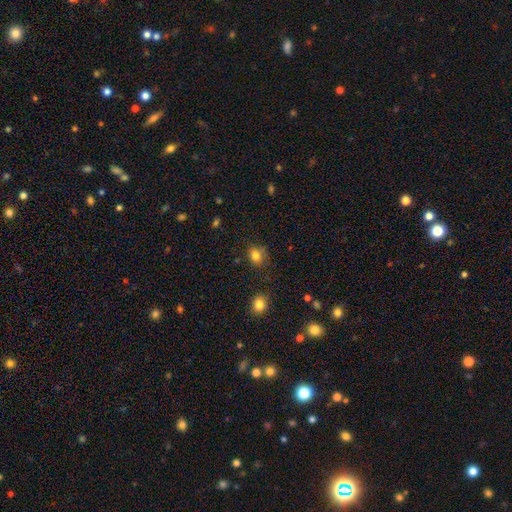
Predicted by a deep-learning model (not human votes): smooth-or-featured: smooth: 81% | star or artifact: 12% | featured or disk: 7%
  how-rounded: round: 61% | in between: 38% | cigar-shaped: 1%
  merging: none: 73% | minor disturbance: 20% | major disturbance: 4% | merger: 3%